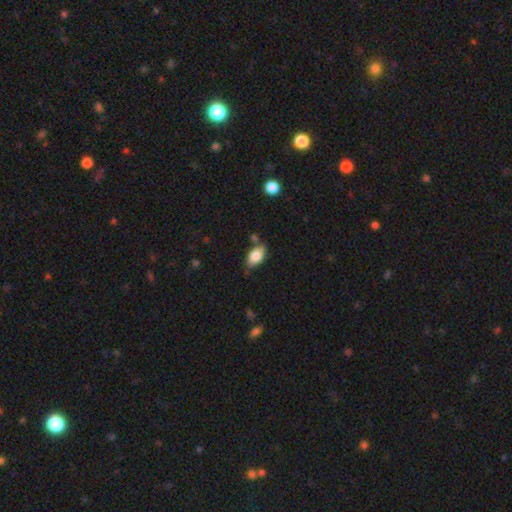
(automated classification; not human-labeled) This appears to be a smooth galaxy with no disk features (81%) that is in between round and cigar-shaped (92%). Merging: none (71%).